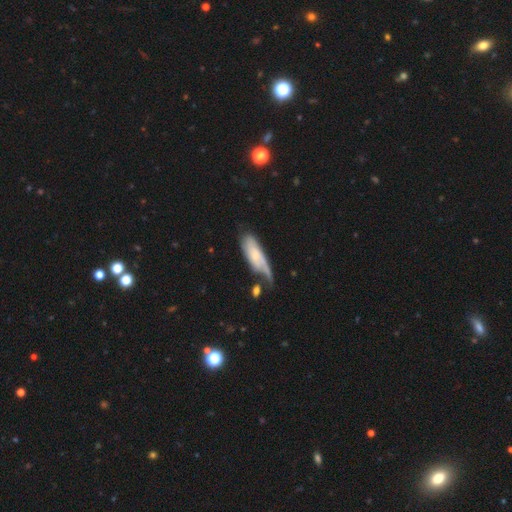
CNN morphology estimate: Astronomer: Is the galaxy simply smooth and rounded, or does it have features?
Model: smooth — 52% (runner-up: featured or disk, 42%).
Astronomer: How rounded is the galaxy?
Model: in between — 65%.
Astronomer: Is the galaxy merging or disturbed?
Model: none — 32% (runner-up: minor disturbance, 29%).